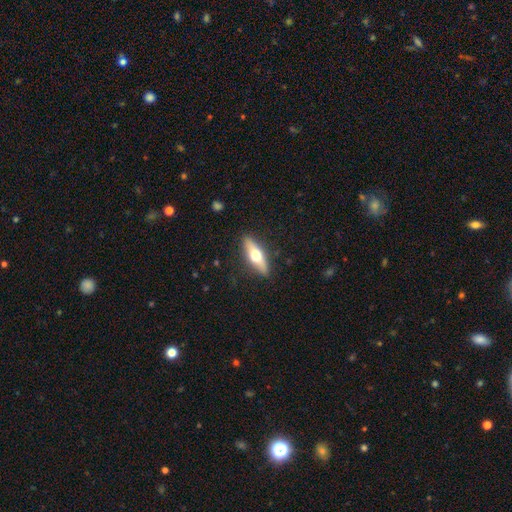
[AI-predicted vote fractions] Smooth or featured? Predicted: featured or disk (p=0.49). Merging? Predicted: none (p=0.88).